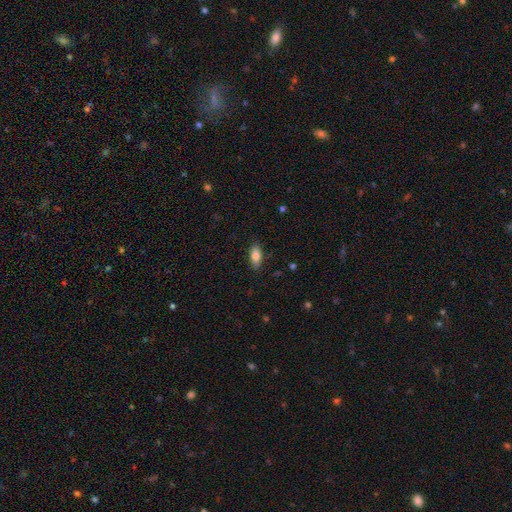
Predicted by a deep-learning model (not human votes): Smooth or featured: smooth — 80% (featured or disk — 13%)
How rounded: in between — 81% (cigar-shaped — 16%)
Merging: none — 86% (minor disturbance — 11%)